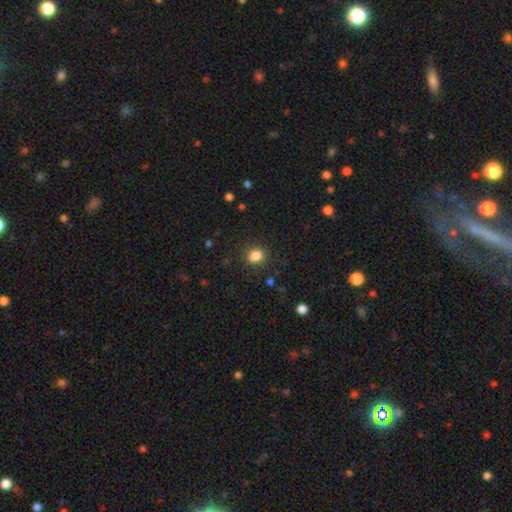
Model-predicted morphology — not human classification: A smooth galaxy with no disk features (85%) that is round (58%). Merging: none (87%).